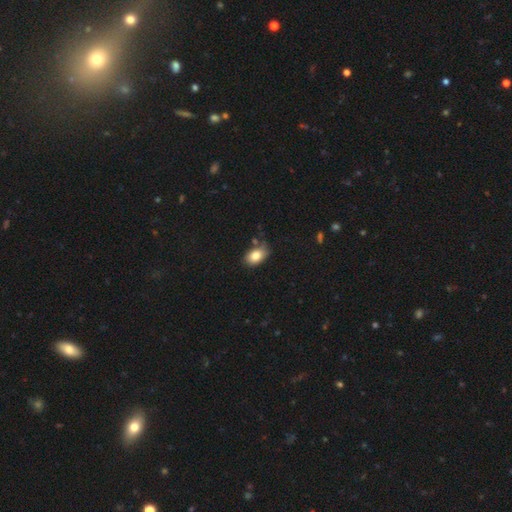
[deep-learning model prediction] smooth_or_featured: smooth (p=0.82) [alt: featured or disk p=0.10]
how_rounded: in between (p=0.87) [alt: round p=0.12]
merging: none (p=0.66) [alt: minor disturbance p=0.23]